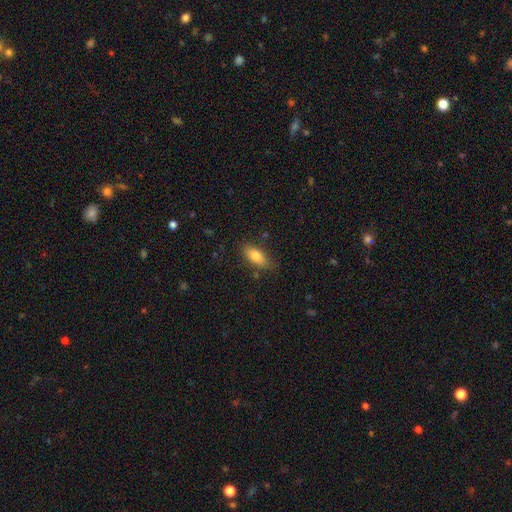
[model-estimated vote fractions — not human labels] smooth 80%, featured or disk 12%, star or artifact 8%. Down the decision tree: how rounded — in between (84%); merging — none (80%).